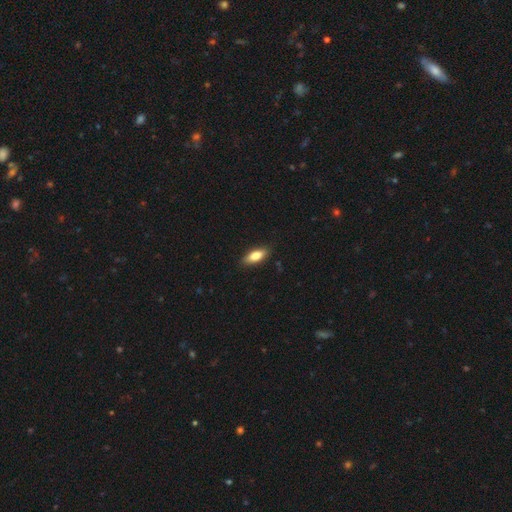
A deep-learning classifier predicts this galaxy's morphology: A smooth galaxy with no disk features (80%) that is in between round and cigar-shaped (74%).

Vote fractions:
- Smooth or featured? smooth: 80% / featured or disk: 14% / star or artifact: 6%
- How rounded? in between: 74% / cigar-shaped: 24% / round: 2%
- Merging? none: 86% / minor disturbance: 11% / major disturbance: 2% / merger: 1%